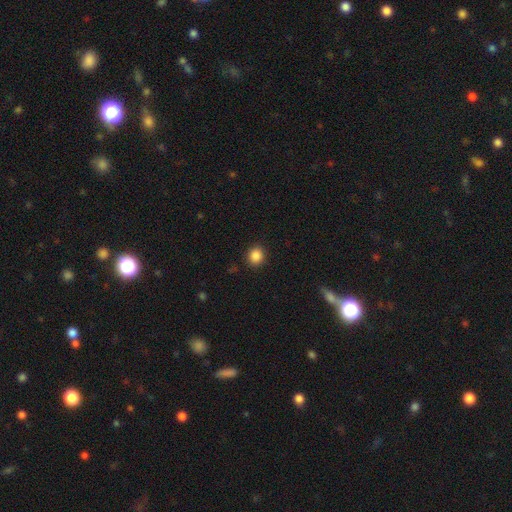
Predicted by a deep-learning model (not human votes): smooth_or_featured: smooth (p=0.87) [alt: star or artifact p=0.10]
how_rounded: round (p=0.85) [alt: in between p=0.14]
merging: none (p=0.91) [alt: minor disturbance p=0.06]